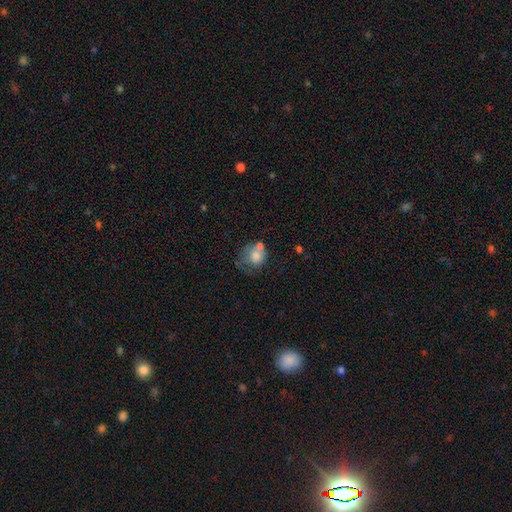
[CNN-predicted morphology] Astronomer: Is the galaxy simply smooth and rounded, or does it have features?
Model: smooth — 73%.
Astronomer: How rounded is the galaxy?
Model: round — 71%.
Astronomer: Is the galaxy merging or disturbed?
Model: none — 34% (runner-up: merger, 27%).